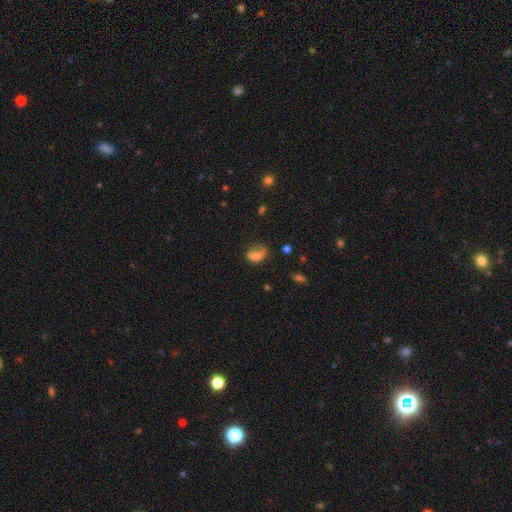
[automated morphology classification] Smooth or featured? Predicted: smooth (p=0.71). How rounded? Predicted: in between (p=0.77). Merging? Predicted: none (p=0.38).